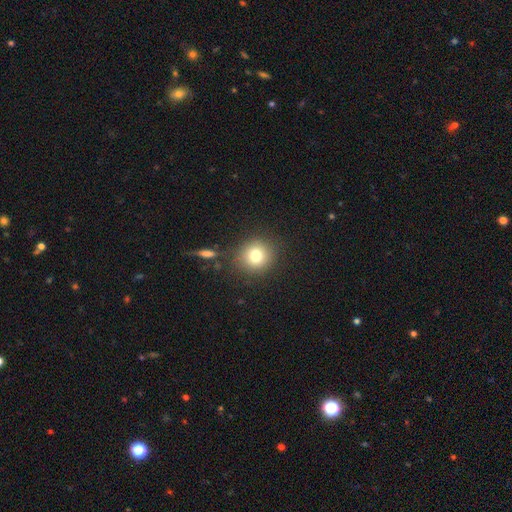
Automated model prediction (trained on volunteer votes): This appears to be a smooth galaxy with no disk features (77%) that is round (89%). Merging: none (83%).